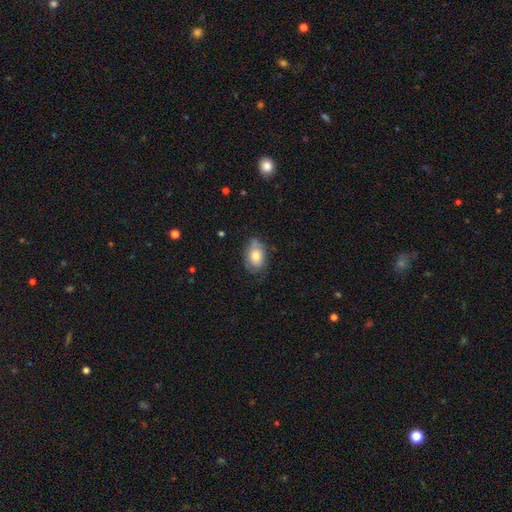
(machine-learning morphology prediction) Q: Smooth or featured?
A: smooth (71%); runner-up: featured or disk (22%)
Q: How rounded?
A: in between (86%); runner-up: round (13%)
Q: Merging?
A: none (63%); runner-up: minor disturbance (28%)